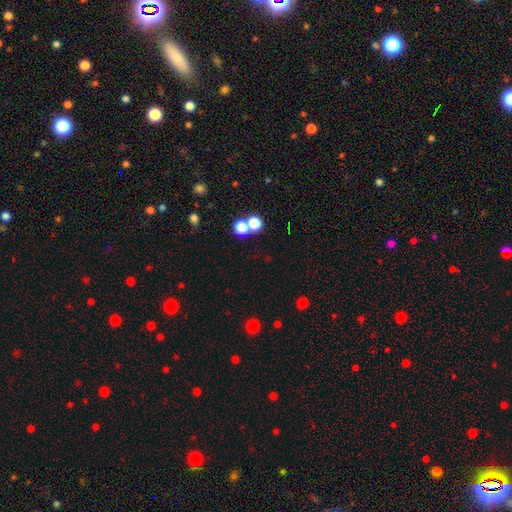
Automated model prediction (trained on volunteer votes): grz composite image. It shows a smooth galaxy with no disk features (63%) that is round (85%). Merging: none (64%).